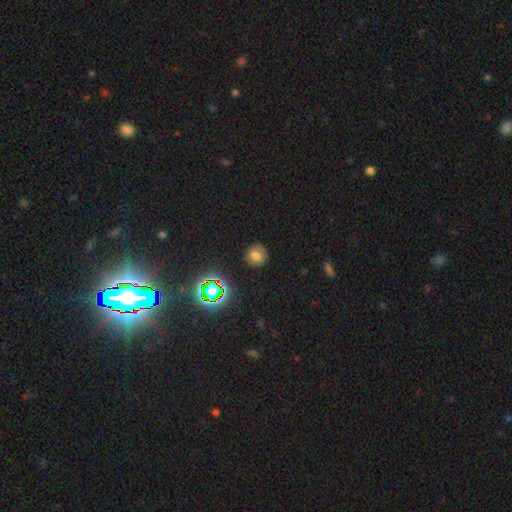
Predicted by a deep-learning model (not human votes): This is likely a smooth galaxy (67%). How rounded: clearly round (90%). Merging: clearly none (86%).